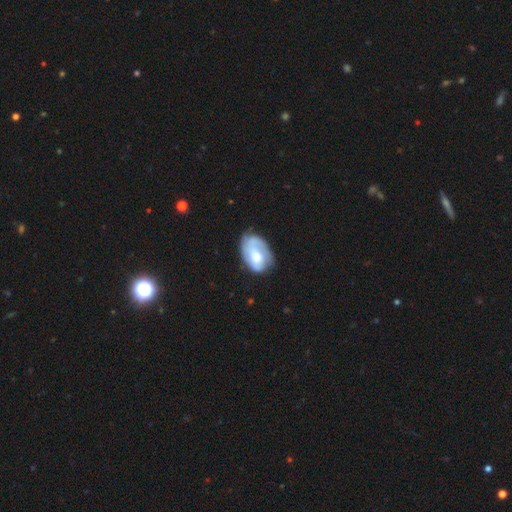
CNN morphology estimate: Smooth or featured?
  - featured or disk: 50% *
  - smooth: 43%
  - star or artifact: 6%
Edge-on disk?
  - no: 96% *
  - yes: 4%
Merging?
  - none: 51% *
  - minor disturbance: 32%
  - major disturbance: 14%
  - merger: 2%